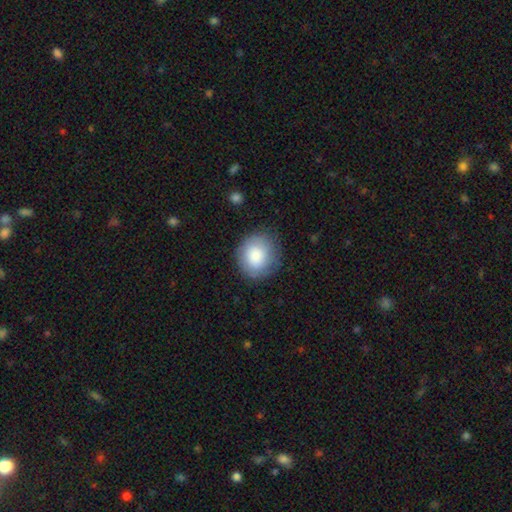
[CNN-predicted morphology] This appears to be a smooth galaxy with no disk features (82%) that is round (78%). Merging: none (80%).